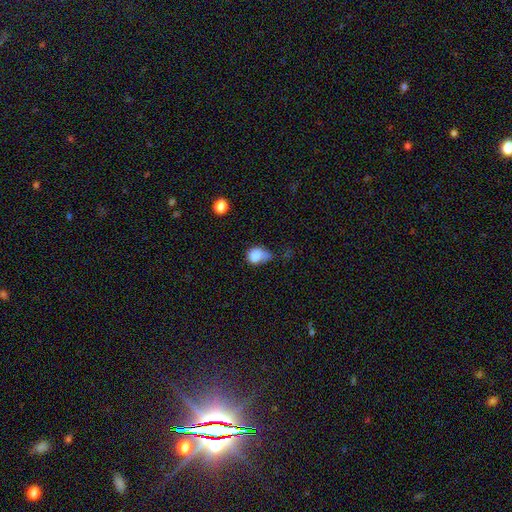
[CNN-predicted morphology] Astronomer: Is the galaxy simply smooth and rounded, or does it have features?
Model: smooth — 80%.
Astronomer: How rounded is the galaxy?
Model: round — 53% (runner-up: in between, 46%).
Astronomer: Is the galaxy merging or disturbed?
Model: minor disturbance — 35% (runner-up: none, 26%).